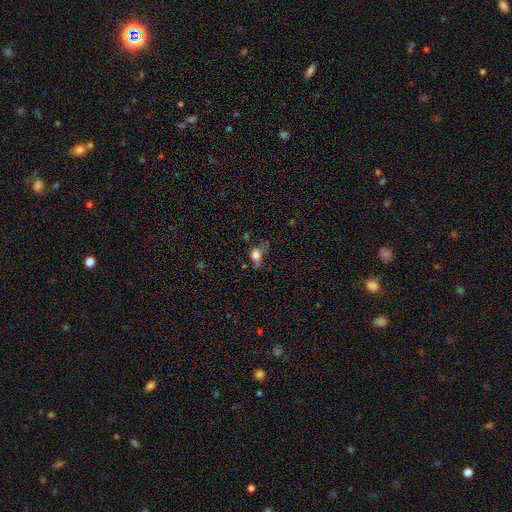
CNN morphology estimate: Smooth or featured? smooth (70%)
How rounded? in between (66%)
Merging? major disturbance (34%)